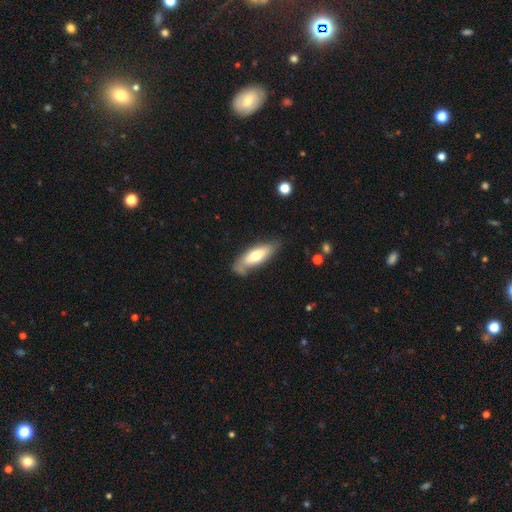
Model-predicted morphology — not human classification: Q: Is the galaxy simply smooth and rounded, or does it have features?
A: smooth — 62%.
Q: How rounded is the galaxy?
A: in between — 63%.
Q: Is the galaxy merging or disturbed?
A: none — 66%.